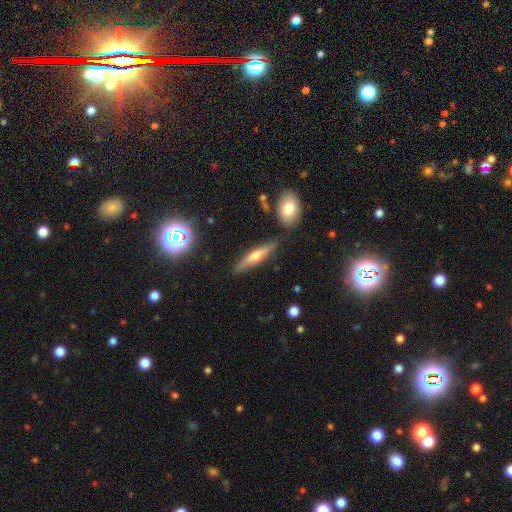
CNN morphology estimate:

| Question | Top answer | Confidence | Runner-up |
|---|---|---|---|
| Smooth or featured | featured or disk | 55% | smooth (36%) |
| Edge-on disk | yes | 93% | no (7%) |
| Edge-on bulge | rounded | 87% | none (8%) |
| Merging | none | 84% | minor disturbance (10%) |